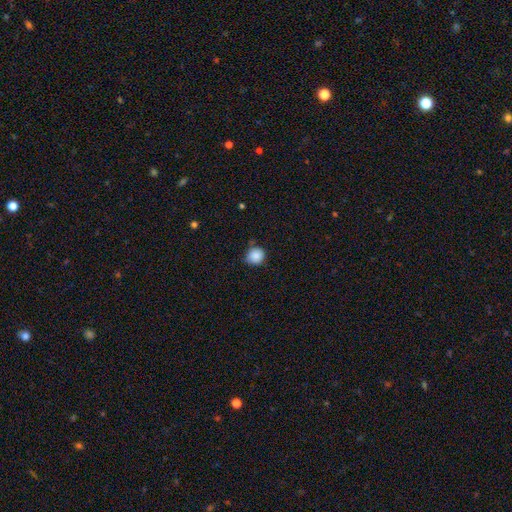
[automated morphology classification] Smooth or featured? smooth (87%)
How rounded? round (89%)
Merging? none (73%)